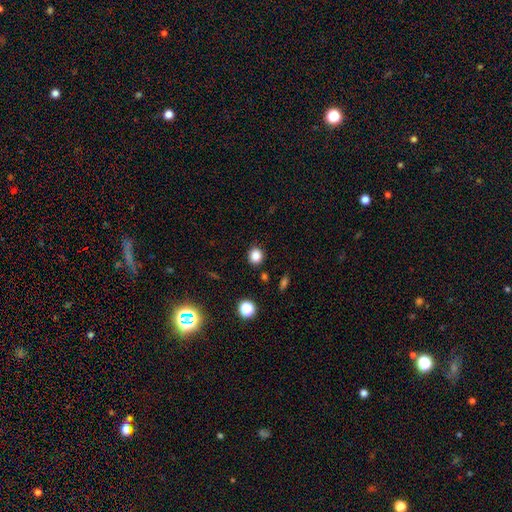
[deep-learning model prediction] smooth 84%, star or artifact 12%, featured or disk 4%. Down the decision tree: how rounded — round (86%); merging — none (88%).